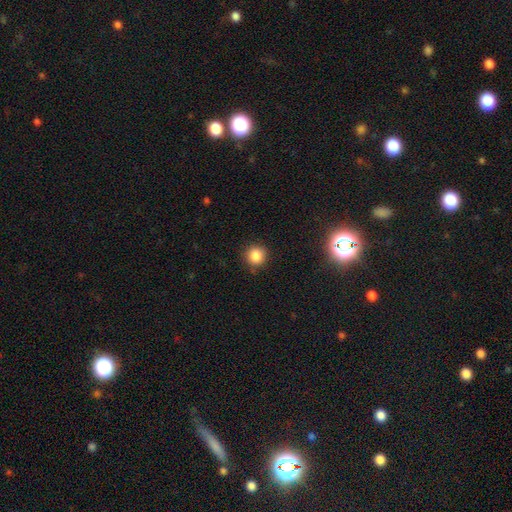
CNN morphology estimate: Smooth or featured?
  - smooth: 84% *
  - star or artifact: 12%
  - featured or disk: 4%
How rounded?
  - round: 92% *
  - in between: 7%
  - cigar-shaped: 1%
Merging?
  - none: 86% *
  - minor disturbance: 9%
  - major disturbance: 3%
  - merger: 2%